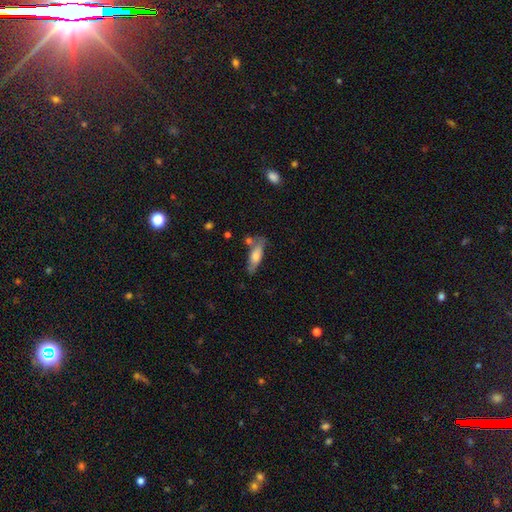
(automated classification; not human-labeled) This is likely a smooth galaxy (62%). How rounded: possibly in between (50%). Merging: likely none (61%).